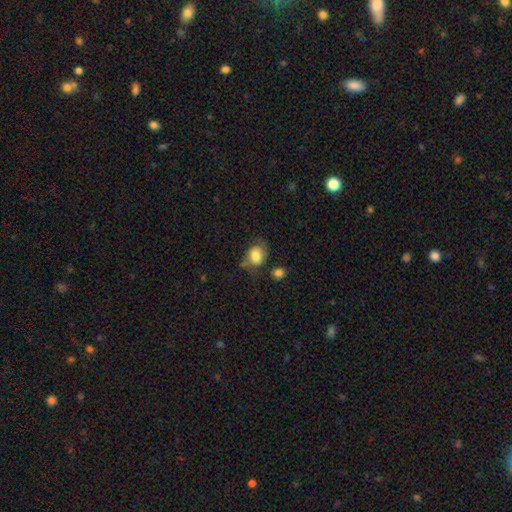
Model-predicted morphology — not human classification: smooth 74%, featured or disk 18%, star or artifact 8%. Down the decision tree: how rounded — in between (51%); merging — none (54%).